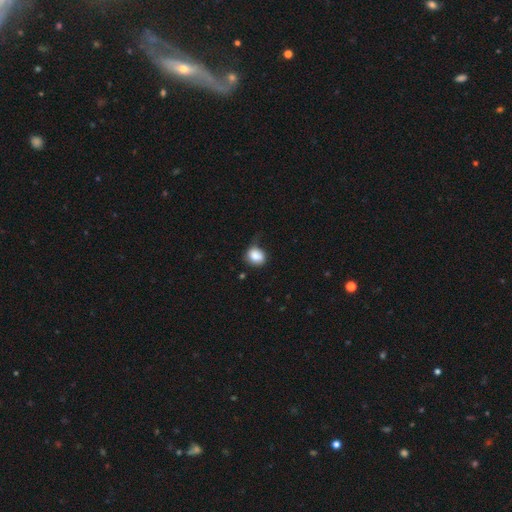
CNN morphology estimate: smooth-or-featured: smooth: 84% | star or artifact: 8% | featured or disk: 8%
  how-rounded: round: 57% | in between: 42% | cigar-shaped: 1%
  merging: none: 42% | minor disturbance: 36% | major disturbance: 17% | merger: 4%